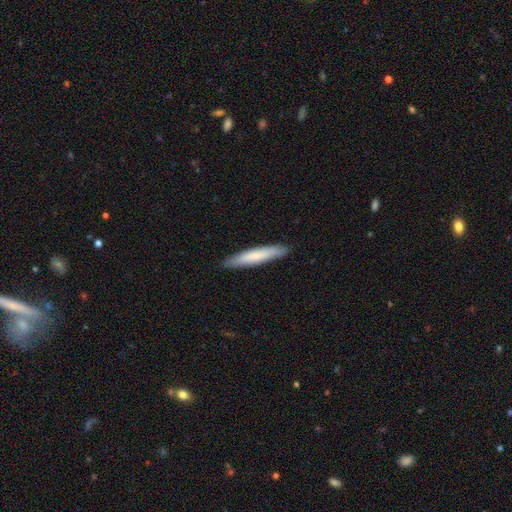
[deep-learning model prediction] Q: Smooth or featured?
A: smooth (73%); runner-up: featured or disk (21%)
Q: How rounded?
A: cigar-shaped (91%); runner-up: in between (8%)
Q: Merging?
A: none (89%); runner-up: minor disturbance (9%)